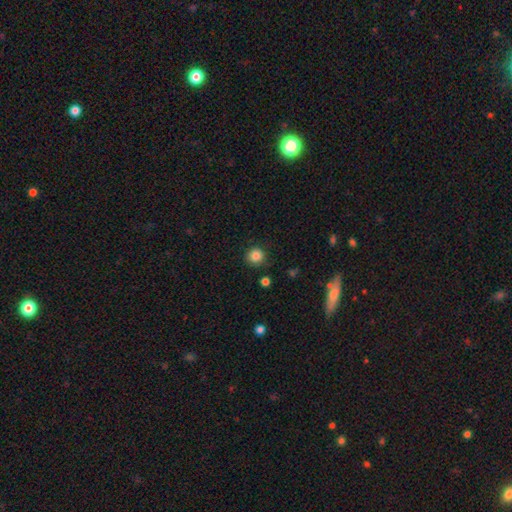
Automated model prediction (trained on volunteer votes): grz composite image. It shows a smooth galaxy with no disk features (84%) that is round (93%). Merging: none (88%).